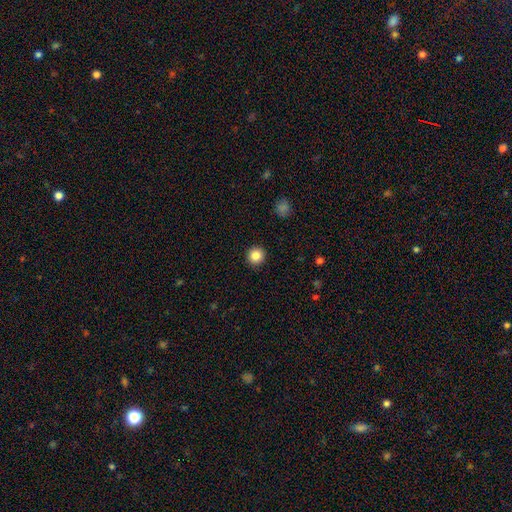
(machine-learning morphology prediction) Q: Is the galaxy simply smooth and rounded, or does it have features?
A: smooth — 85%.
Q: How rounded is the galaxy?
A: round — 95%.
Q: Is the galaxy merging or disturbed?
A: none — 93%.